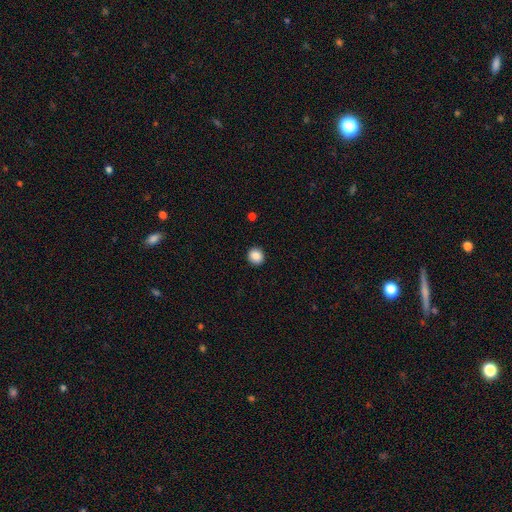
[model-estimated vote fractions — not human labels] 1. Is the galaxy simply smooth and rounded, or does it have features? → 87% smooth, 9% star or artifact, 4% featured or disk.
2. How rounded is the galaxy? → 88% round, 11% in between, 1% cigar-shaped.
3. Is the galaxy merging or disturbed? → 93% none, 5% minor disturbance, 2% major disturbance, 1% merger.